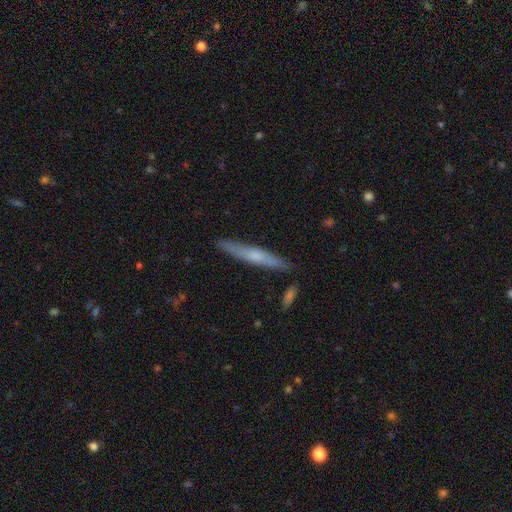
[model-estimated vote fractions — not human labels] Smooth or featured: featured or disk — 48% (smooth — 46%)
Merging: none — 87% (minor disturbance — 9%)